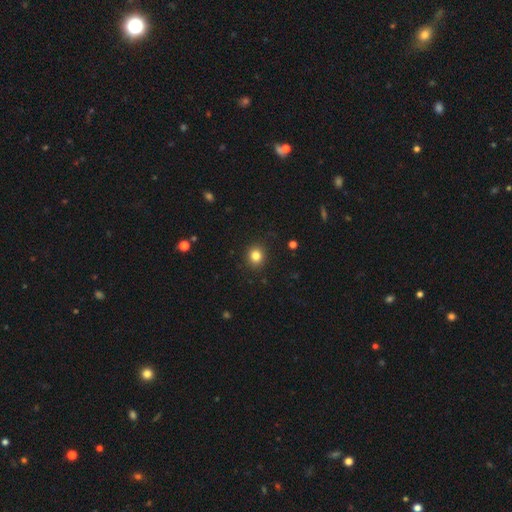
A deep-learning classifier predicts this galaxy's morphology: type=smooth (83%); roundness=round (82%); merging=none (90%).